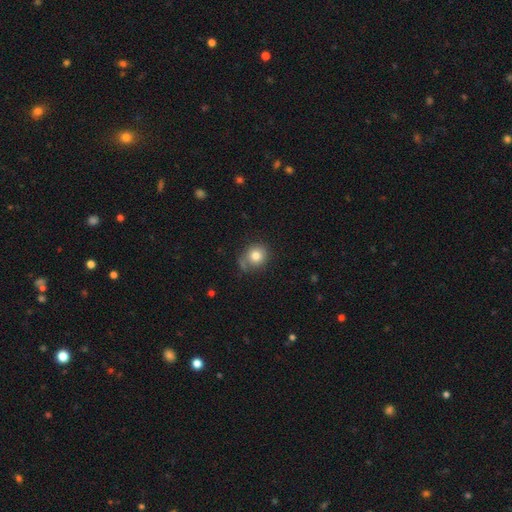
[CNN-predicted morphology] The model was most divided on "merging": none: 63%, minor disturbance: 24%, major disturbance: 8%, merger: 5%. More confident: smooth or featured — smooth (79%); how rounded — round (76%).